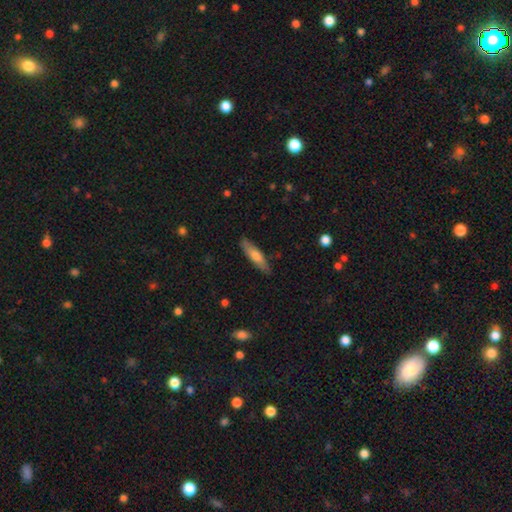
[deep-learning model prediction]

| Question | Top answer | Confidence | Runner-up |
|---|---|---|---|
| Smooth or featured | smooth | 64% | featured or disk (30%) |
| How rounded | cigar-shaped | 76% | in between (23%) |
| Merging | none | 87% | minor disturbance (10%) |